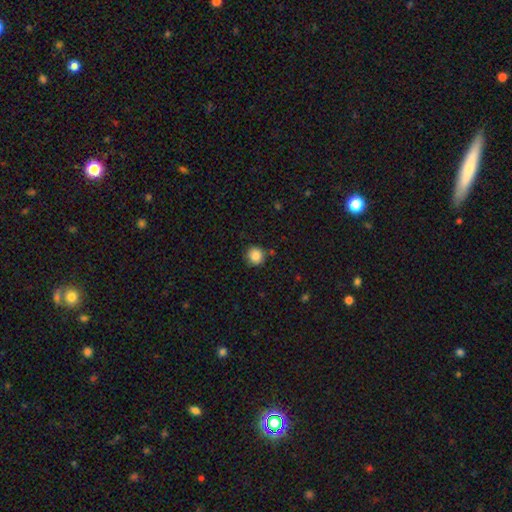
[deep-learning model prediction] This appears to be a smooth galaxy with no disk features (86%) that is round (93%). Merging: none (87%).